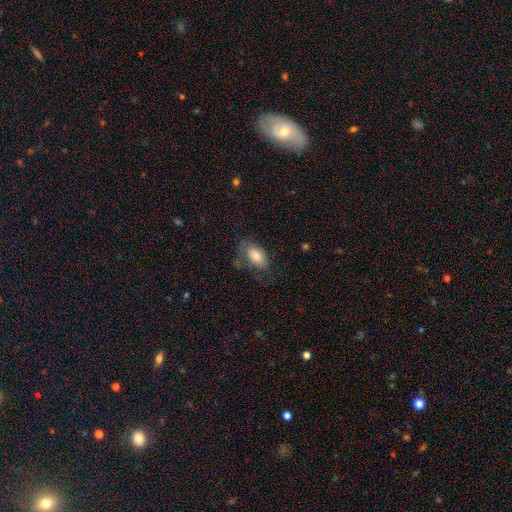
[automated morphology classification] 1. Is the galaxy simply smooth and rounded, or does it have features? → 74% smooth, 18% featured or disk, 8% star or artifact.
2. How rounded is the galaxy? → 92% in between, 6% round, 3% cigar-shaped.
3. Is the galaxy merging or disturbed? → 58% none, 25% minor disturbance, 15% major disturbance, 2% merger.